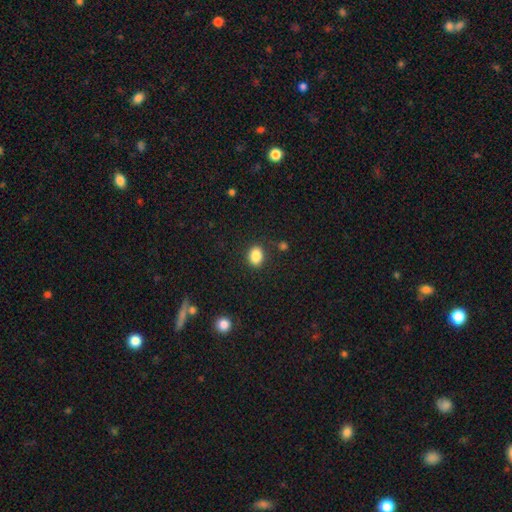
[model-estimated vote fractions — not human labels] Smooth or featured? Predicted: smooth (p=0.87). How rounded? Predicted: in between (p=0.69). Merging? Predicted: none (p=0.85).